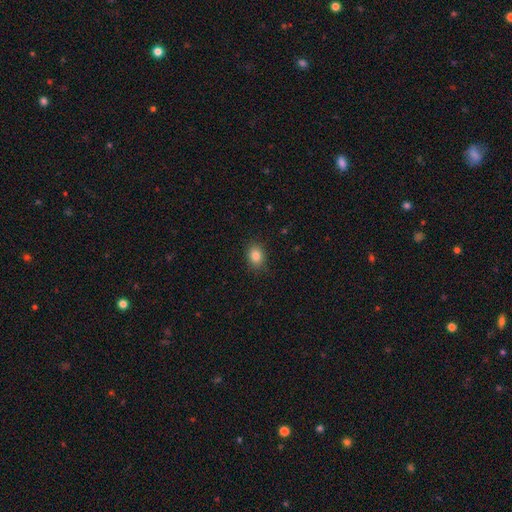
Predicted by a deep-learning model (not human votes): smooth 84%, star or artifact 10%, featured or disk 6%. Down the decision tree: how rounded — in between (60%); merging — none (86%).